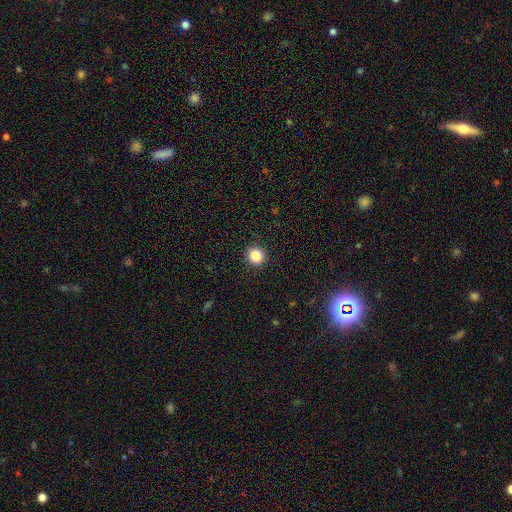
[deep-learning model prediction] smooth_or_featured: smooth (p=0.86) [alt: star or artifact p=0.10]
how_rounded: round (p=0.92) [alt: in between p=0.07]
merging: none (p=0.92) [alt: minor disturbance p=0.05]